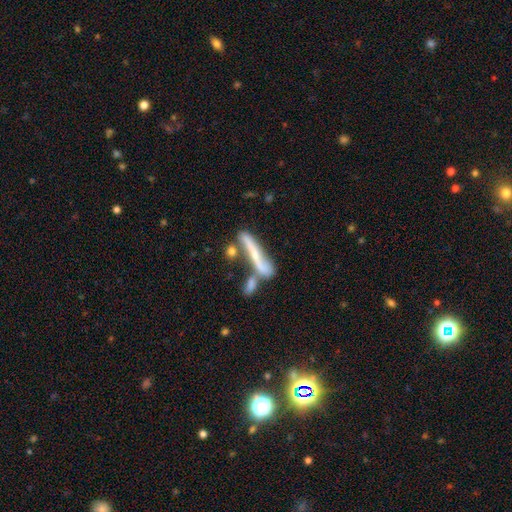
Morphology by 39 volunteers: Smooth or featured? featured or disk (59%)
Edge-on disk? yes (74%)
Edge-on bulge? rounded (53%)
Merging? minor disturbance (44%)